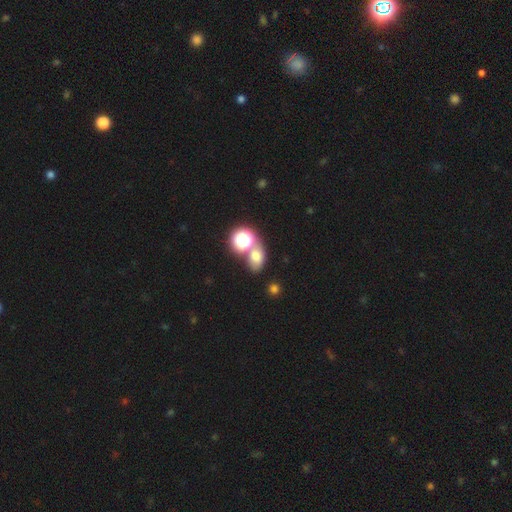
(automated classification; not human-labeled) smooth_or_featured: smooth (p=0.66) [alt: star or artifact p=0.22]
how_rounded: in between (p=0.66) [alt: round p=0.32]
merging: none (p=0.52) [alt: merger p=0.33]